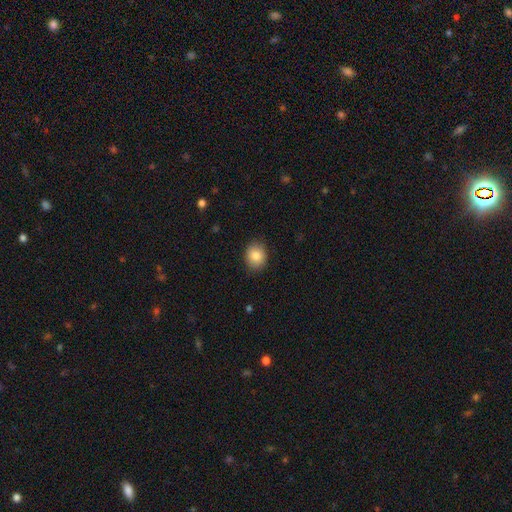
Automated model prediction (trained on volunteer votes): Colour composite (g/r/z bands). It shows a smooth galaxy with no disk features (84%) that is round (63%). Merging: none (87%).